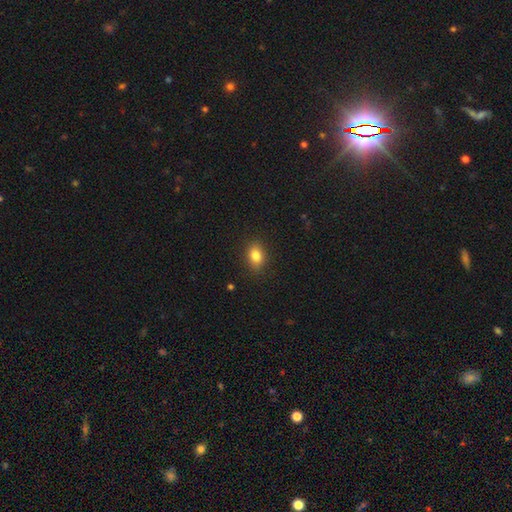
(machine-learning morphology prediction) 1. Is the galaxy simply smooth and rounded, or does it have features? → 83% smooth, 10% star or artifact, 7% featured or disk.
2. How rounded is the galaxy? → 75% in between, 23% round, 2% cigar-shaped.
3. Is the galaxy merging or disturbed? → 87% none, 10% minor disturbance, 3% major disturbance, 1% merger.